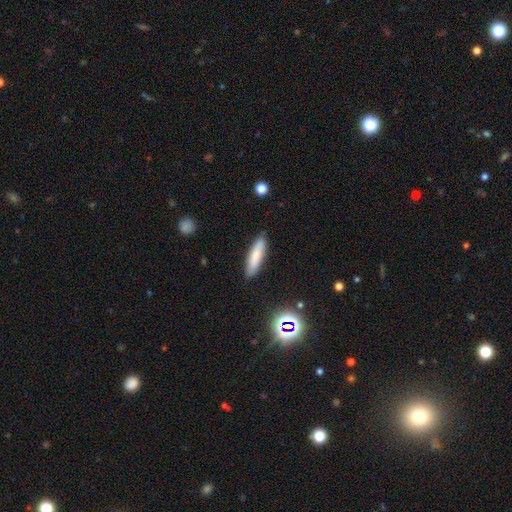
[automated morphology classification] Smooth or featured: smooth — 78% (featured or disk — 14%)
How rounded: cigar-shaped — 75% (in between — 24%)
Merging: none — 87% (minor disturbance — 10%)